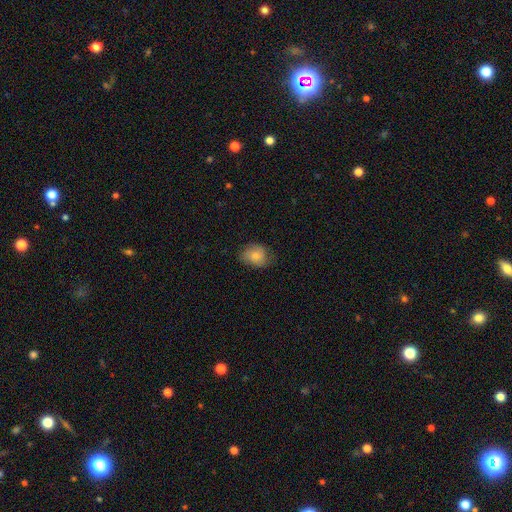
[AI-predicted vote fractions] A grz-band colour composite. It shows a smooth galaxy with no disk features (79%) that is round (52%). Merging: none (67%).